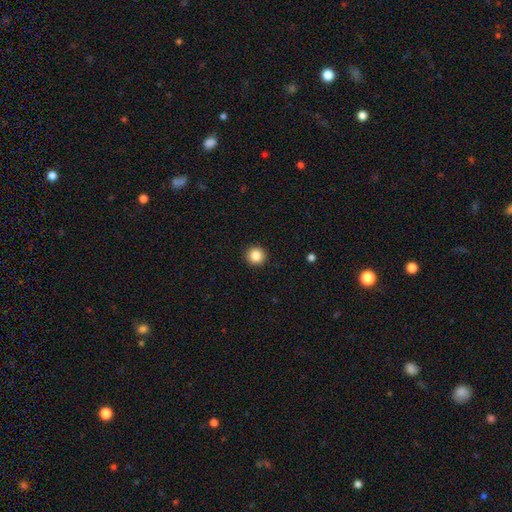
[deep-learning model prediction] Q: Smooth or featured?
A: smooth (85%); runner-up: star or artifact (10%)
Q: How rounded?
A: round (95%); runner-up: in between (4%)
Q: Merging?
A: none (93%); runner-up: minor disturbance (4%)